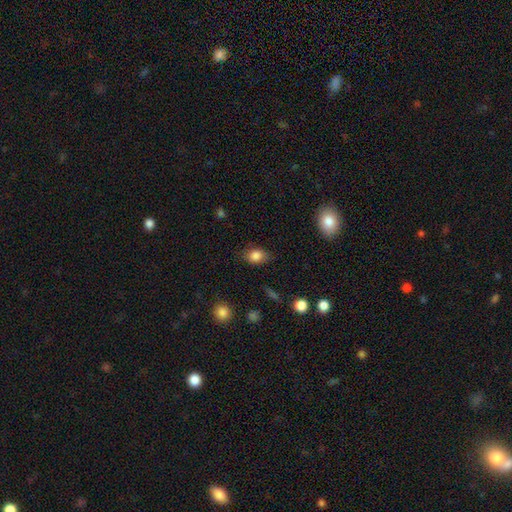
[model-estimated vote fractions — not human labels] The model was most divided on "how rounded": in between: 74%, round: 24%, cigar-shaped: 2%. More confident: smooth or featured — smooth (84%); merging — none (78%).